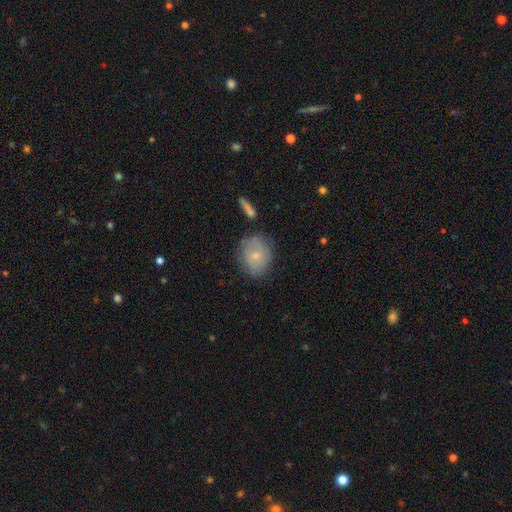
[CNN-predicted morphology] Smooth or featured? Predicted: smooth (p=0.66). How rounded? Predicted: round (p=0.50). Merging? Predicted: none (p=0.68).